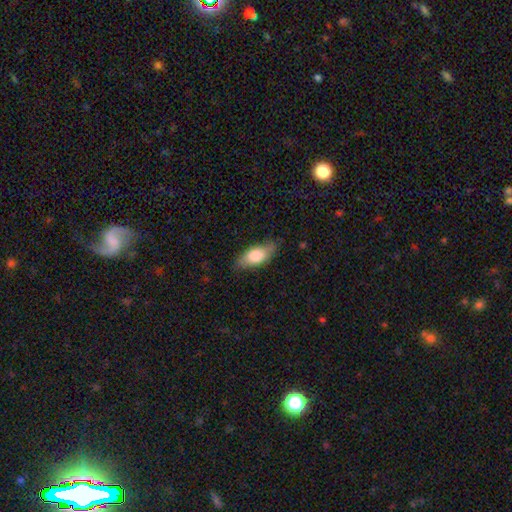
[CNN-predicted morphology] Overall: smooth (74%). How rounded: in between (81%). Merging: none (77%).